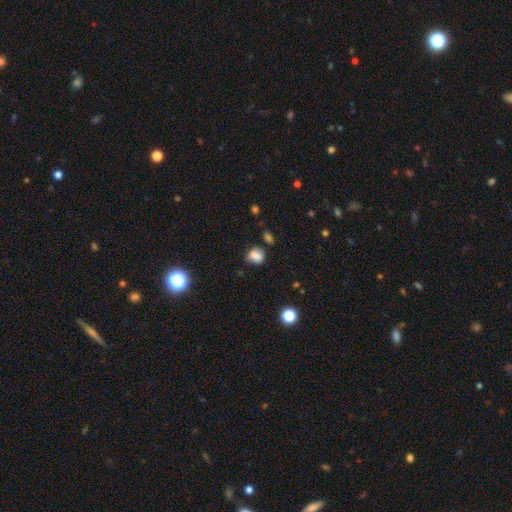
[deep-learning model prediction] A smooth galaxy with no disk features (79%) that is round (51%).

Vote fractions:
- Smooth or featured? smooth: 79% / star or artifact: 12% / featured or disk: 8%
- How rounded? round: 51% / in between: 47% / cigar-shaped: 1%
- Merging? none: 64% / minor disturbance: 20% / merger: 10% / major disturbance: 6%